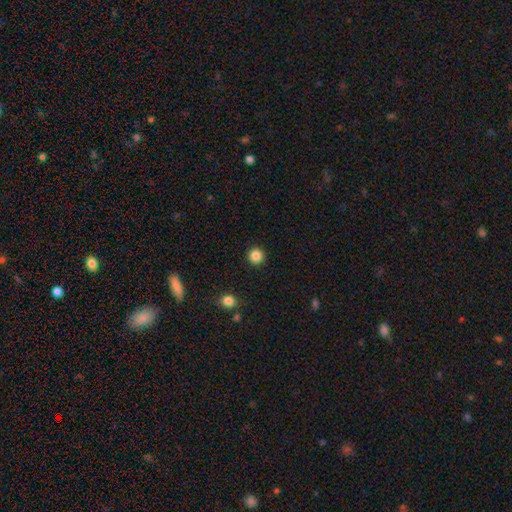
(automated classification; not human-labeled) Overall: smooth (86%). How rounded: round (95%). Merging: none (93%).